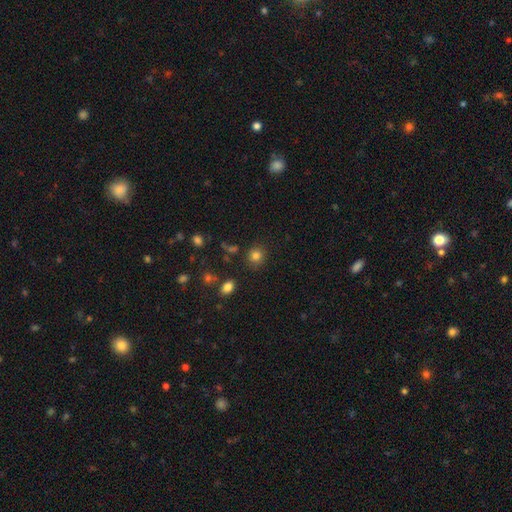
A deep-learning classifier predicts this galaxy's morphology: smooth_or_featured: smooth (p=0.81) [alt: star or artifact p=0.13]
how_rounded: round (p=0.85) [alt: in between p=0.14]
merging: none (p=0.84) [alt: minor disturbance p=0.09]